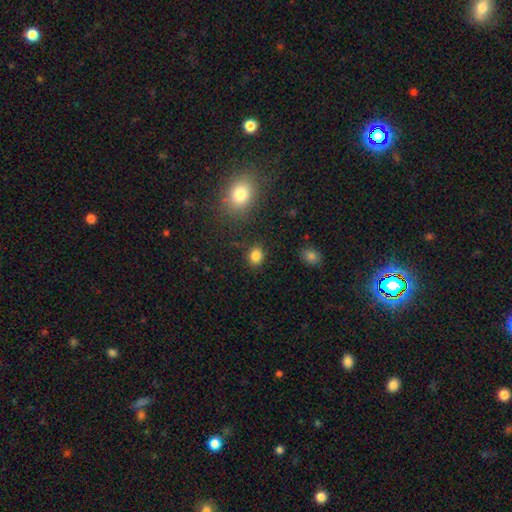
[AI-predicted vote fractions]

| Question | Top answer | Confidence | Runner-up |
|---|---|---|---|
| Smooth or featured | smooth | 84% | star or artifact (11%) |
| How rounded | in between | 50% | round (49%) |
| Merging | none | 84% | minor disturbance (10%) |